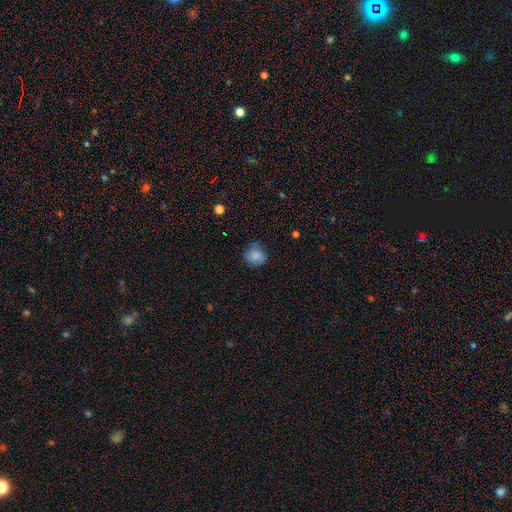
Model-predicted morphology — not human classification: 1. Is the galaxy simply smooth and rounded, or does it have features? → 81% smooth, 9% featured or disk, 9% star or artifact.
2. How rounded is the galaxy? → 81% round, 18% in between, 1% cigar-shaped.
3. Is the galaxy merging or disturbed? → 69% none, 23% minor disturbance, 6% major disturbance, 2% merger.